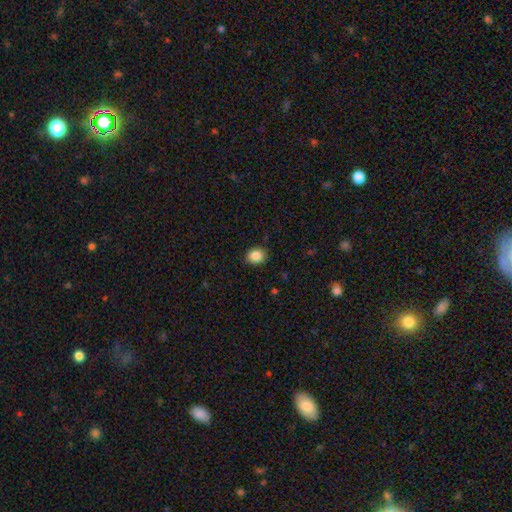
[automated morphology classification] Smooth or featured?
  - smooth: 87% *
  - star or artifact: 9%
  - featured or disk: 4%
How rounded?
  - round: 58% *
  - in between: 42%
  - cigar-shaped: 1%
Merging?
  - none: 89% *
  - minor disturbance: 8%
  - major disturbance: 2%
  - merger: 1%